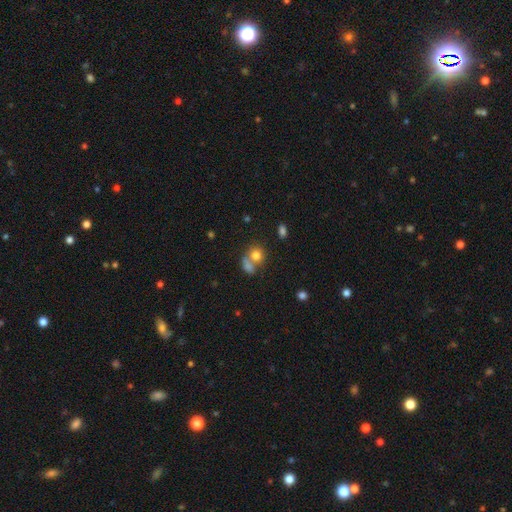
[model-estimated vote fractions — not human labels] smooth_or_featured: smooth (p=0.76) [alt: featured or disk p=0.12]
how_rounded: round (p=0.67) [alt: in between p=0.32]
merging: merger (p=0.47) [alt: none p=0.38]